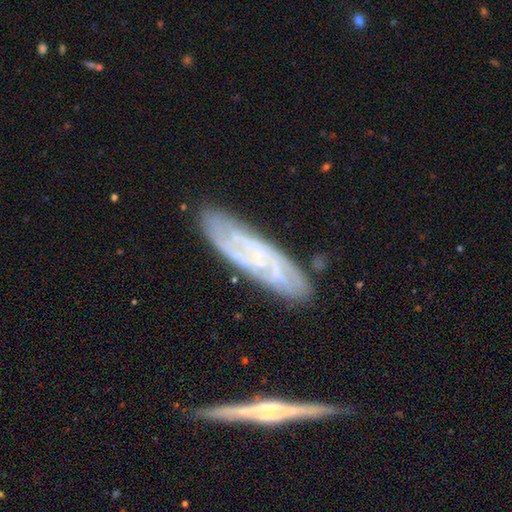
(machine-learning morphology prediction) smooth_or_featured: featured or disk (p=0.75) [alt: smooth p=0.18]
disk_edge_on: no (p=0.73) [alt: yes p=0.27]
bar: no (p=0.56) [alt: weak p=0.34]
has_spiral_arms: yes (p=0.89) [alt: no p=0.11]
bulge_size: small (p=0.68) [alt: none p=0.21]
merging: none (p=0.79) [alt: minor disturbance p=0.15]